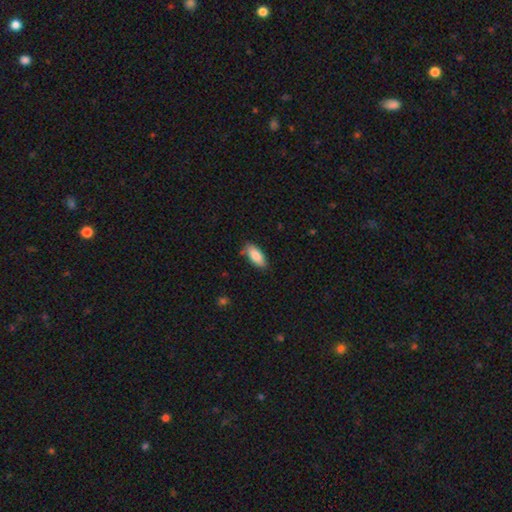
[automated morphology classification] This is clearly a smooth galaxy (86%). How rounded: clearly in between (84%). Merging: likely none (77%).